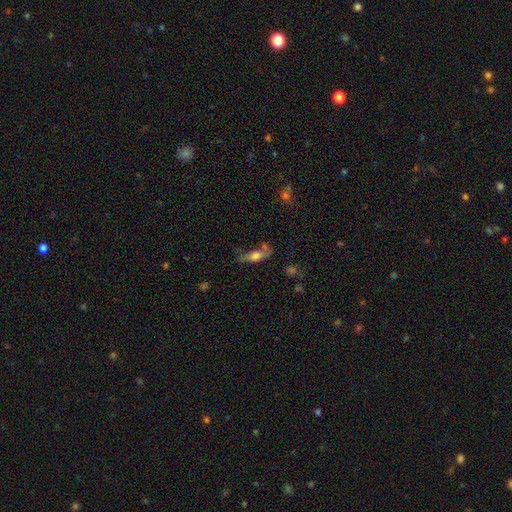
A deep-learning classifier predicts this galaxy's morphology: Overall: smooth (59%; featured or disk 30%). How rounded: in between (58%; cigar-shaped 37%). Merging: none (41%; minor disturbance 26%).